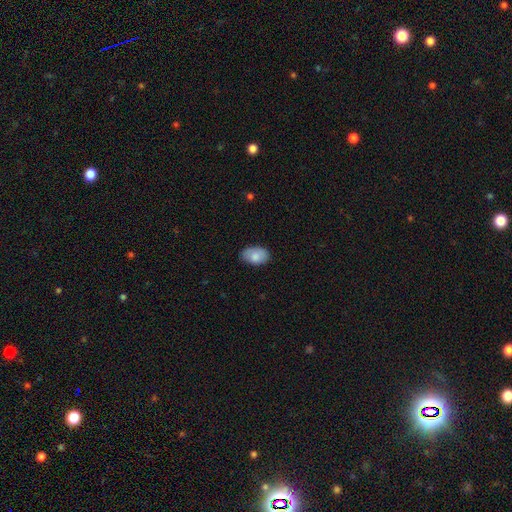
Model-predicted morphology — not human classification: Overall: smooth (84%). How rounded: in between (90%). Merging: none (77%).